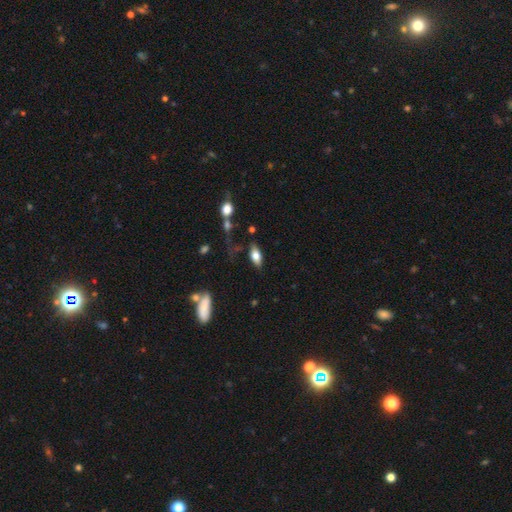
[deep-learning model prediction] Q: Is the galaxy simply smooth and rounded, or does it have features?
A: smooth — 68%.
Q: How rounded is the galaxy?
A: in between — 82%.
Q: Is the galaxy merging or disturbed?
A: none — 74%.